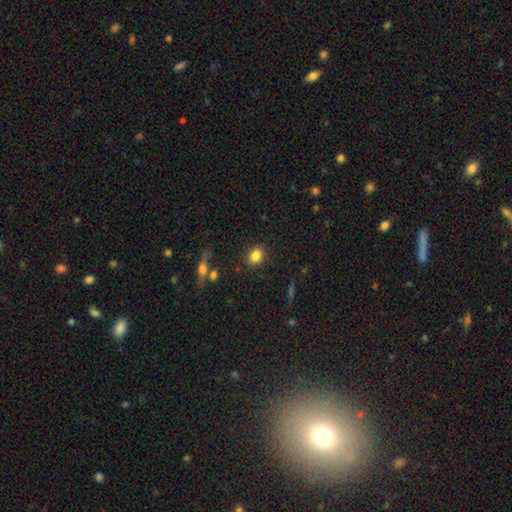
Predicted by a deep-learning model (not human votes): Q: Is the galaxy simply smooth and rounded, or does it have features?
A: smooth — 84%.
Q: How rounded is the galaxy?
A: round — 53%.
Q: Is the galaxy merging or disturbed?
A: none — 86%.